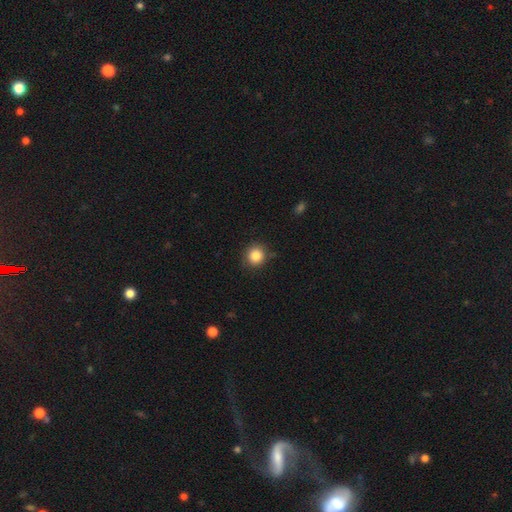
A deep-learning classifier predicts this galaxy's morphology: smooth-or-featured: smooth: 85% | star or artifact: 10% | featured or disk: 5%
  how-rounded: round: 89% | in between: 10% | cigar-shaped: 1%
  merging: none: 83% | minor disturbance: 12% | major disturbance: 3% | merger: 1%